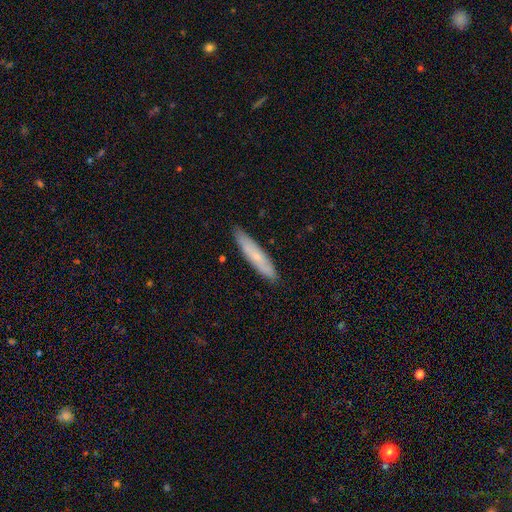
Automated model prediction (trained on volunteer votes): This is likely a smooth galaxy (65%). How rounded: clearly cigar-shaped (88%). Merging: clearly none (88%).